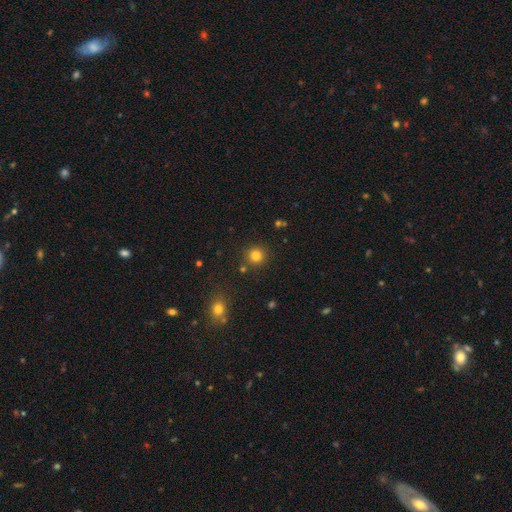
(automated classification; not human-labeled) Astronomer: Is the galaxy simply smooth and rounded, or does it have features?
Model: smooth — 80%.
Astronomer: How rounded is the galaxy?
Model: round — 93%.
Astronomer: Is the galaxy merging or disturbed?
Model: none — 86%.